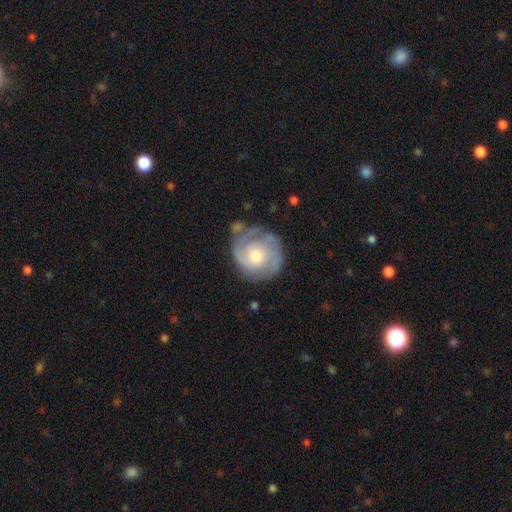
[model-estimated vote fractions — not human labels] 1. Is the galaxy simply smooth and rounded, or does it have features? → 79% featured or disk, 16% smooth, 5% star or artifact.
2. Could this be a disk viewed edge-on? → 98% no, 2% yes.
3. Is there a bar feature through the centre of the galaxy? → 73% no, 24% weak, 4% strong.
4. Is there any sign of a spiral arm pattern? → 93% yes, 7% no.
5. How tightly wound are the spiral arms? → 61% tight, 31% medium, 8% loose.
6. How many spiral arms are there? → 44% 2, 21% 3, 21% can't tell, 5% 1, 5% 4, 4% more than 4.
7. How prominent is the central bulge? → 66% moderate, 20% small, 10% large, 2% none, 1% dominant.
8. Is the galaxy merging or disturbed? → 71% none, 19% minor disturbance, 7% major disturbance, 3% merger.